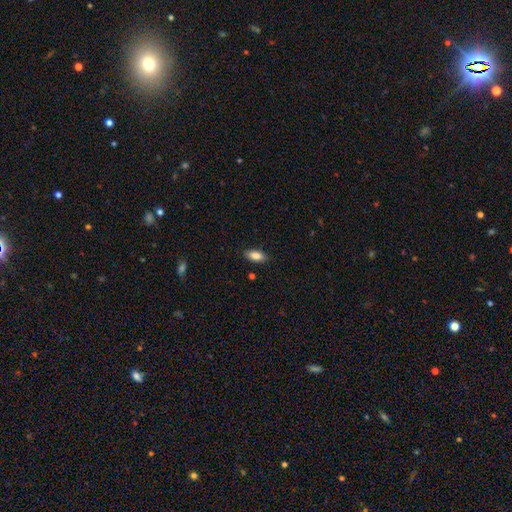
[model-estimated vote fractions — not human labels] The model was most divided on "how rounded": in between: 83%, cigar-shaped: 14%, round: 2%. More confident: merging — none (87%); smooth or featured — smooth (84%).